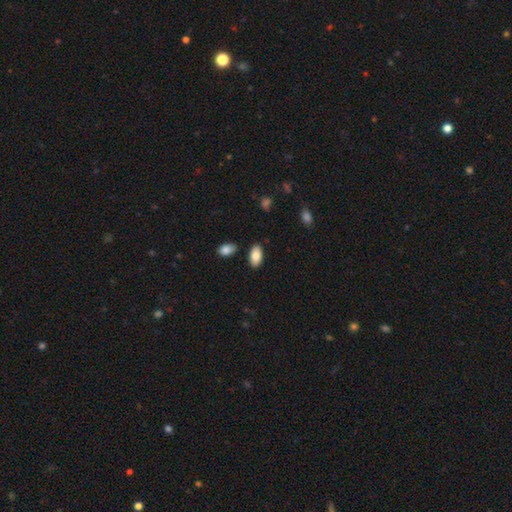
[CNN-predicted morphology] type=smooth (85%); roundness=in between (95%); merging=none (85%).